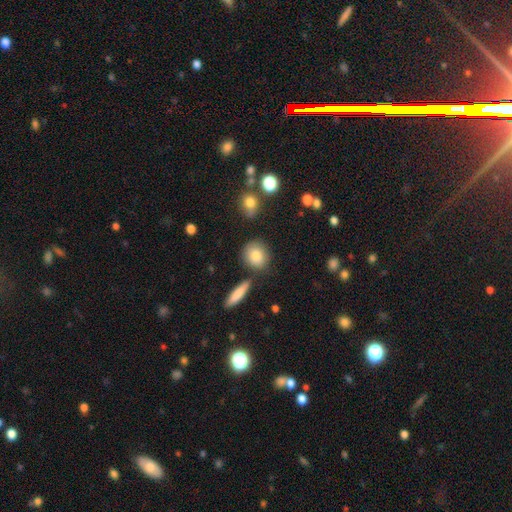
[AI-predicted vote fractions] smooth 84%, star or artifact 8%, featured or disk 8%. Down the decision tree: how rounded — round (74%); merging — none (80%).